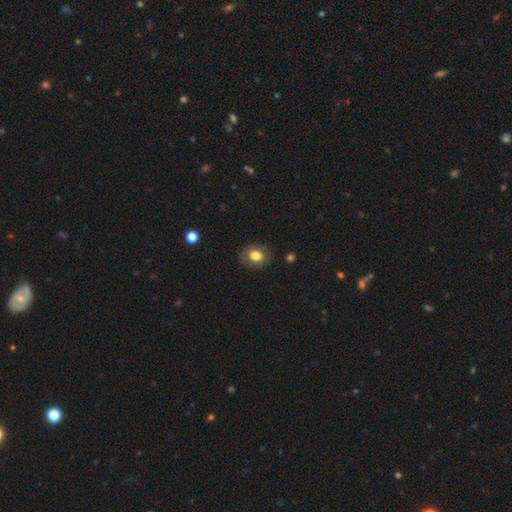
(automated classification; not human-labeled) Q: Smooth or featured?
A: smooth (77%); runner-up: featured or disk (14%)
Q: How rounded?
A: in between (53%); runner-up: round (46%)
Q: Merging?
A: none (84%); runner-up: minor disturbance (11%)